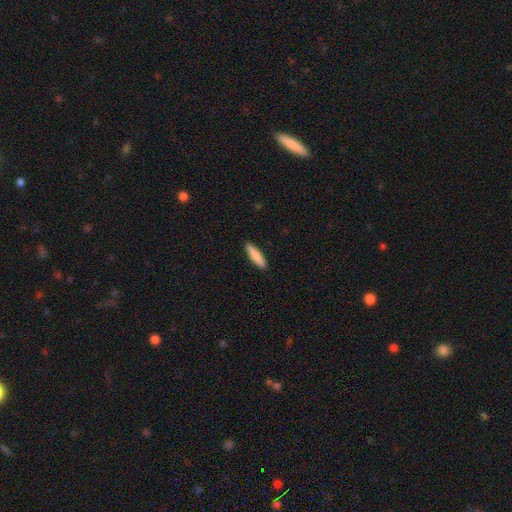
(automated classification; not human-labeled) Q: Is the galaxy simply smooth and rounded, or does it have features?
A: smooth — 79%.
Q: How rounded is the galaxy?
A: cigar-shaped — 80%.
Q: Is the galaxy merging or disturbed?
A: none — 91%.